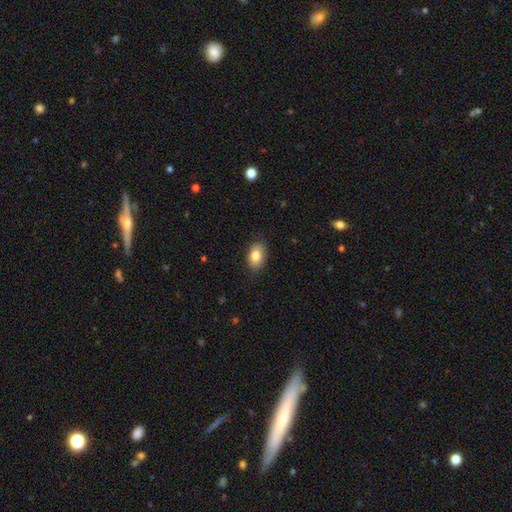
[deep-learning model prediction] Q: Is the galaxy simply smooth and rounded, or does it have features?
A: smooth — 83%.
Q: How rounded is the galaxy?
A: in between — 84%.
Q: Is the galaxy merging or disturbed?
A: none — 83%.